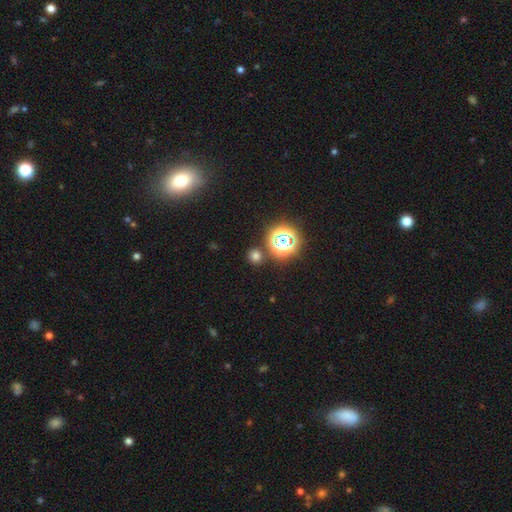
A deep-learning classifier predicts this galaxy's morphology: Smooth or featured: smooth — 66% (star or artifact — 29%)
How rounded: round — 88% (in between — 11%)
Merging: none — 83% (minor disturbance — 7%)